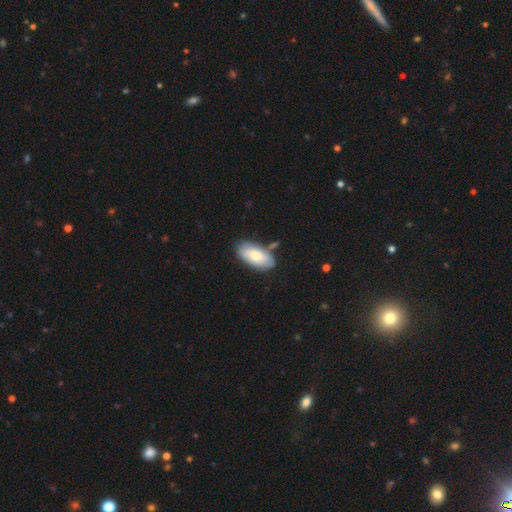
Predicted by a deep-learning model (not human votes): smooth_or_featured: smooth (p=0.70) [alt: featured or disk p=0.24]
how_rounded: in between (p=0.93) [alt: cigar-shaped p=0.04]
merging: none (p=0.70) [alt: minor disturbance p=0.18]